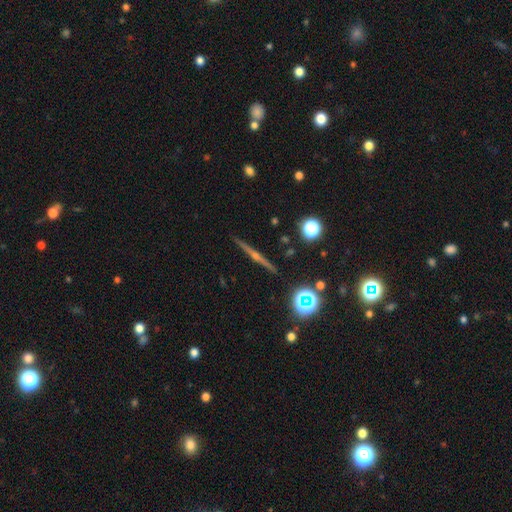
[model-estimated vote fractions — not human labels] The model was most divided on "smooth or featured": featured or disk: 75%, smooth: 13%, star or artifact: 12%. More confident: edge-on disk — yes (98%); merging — none (92%); edge-on bulge — rounded (86%).